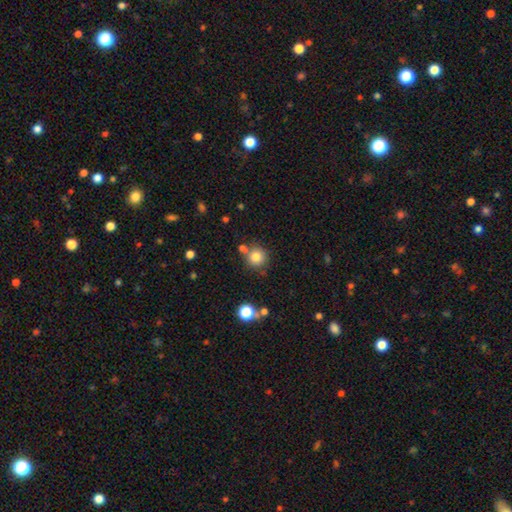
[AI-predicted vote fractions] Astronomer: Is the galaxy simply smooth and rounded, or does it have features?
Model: smooth — 81%.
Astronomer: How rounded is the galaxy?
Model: round — 92%.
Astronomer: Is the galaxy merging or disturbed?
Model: none — 71%.